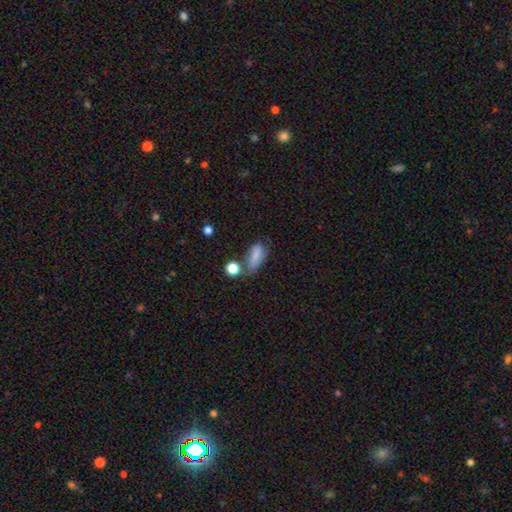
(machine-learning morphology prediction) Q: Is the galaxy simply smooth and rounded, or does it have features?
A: smooth — 75%.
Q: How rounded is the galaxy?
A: in between — 78%.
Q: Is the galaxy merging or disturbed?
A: none — 44%.